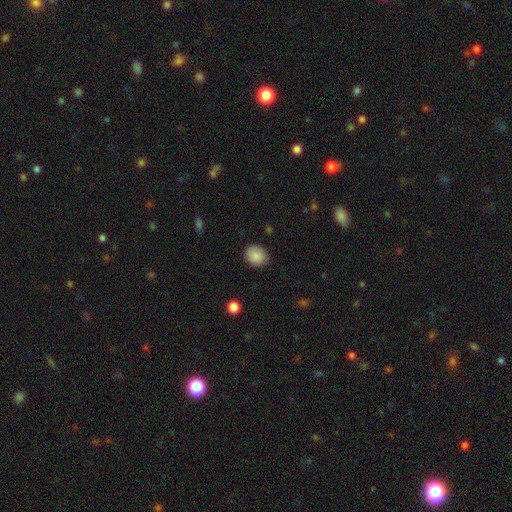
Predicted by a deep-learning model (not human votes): A smooth galaxy with no disk features (87%) that is round (58%). Merging: none (83%).